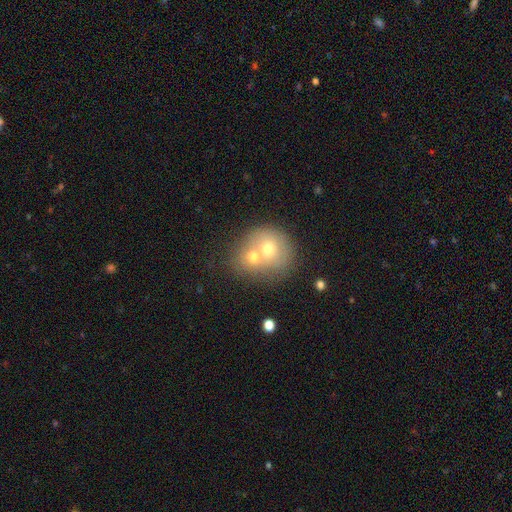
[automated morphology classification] This is likely a smooth galaxy (60%). How rounded: likely round (78%). Merging: likely merger (68%).